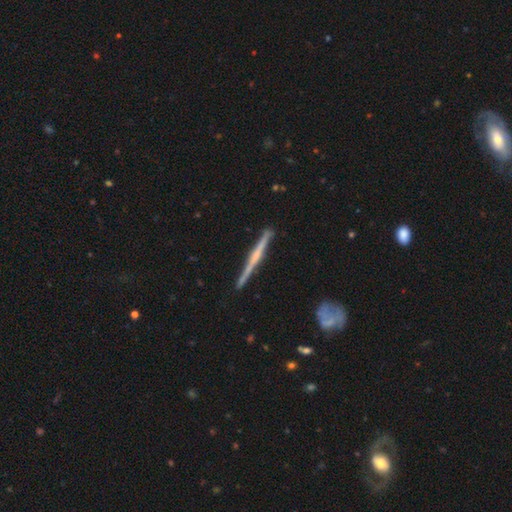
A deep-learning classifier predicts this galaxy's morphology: A featured or disk galaxy (73%) viewed edge-on (98%) with a rounded central bulge (43%, tied with none). Merging: none (89%).